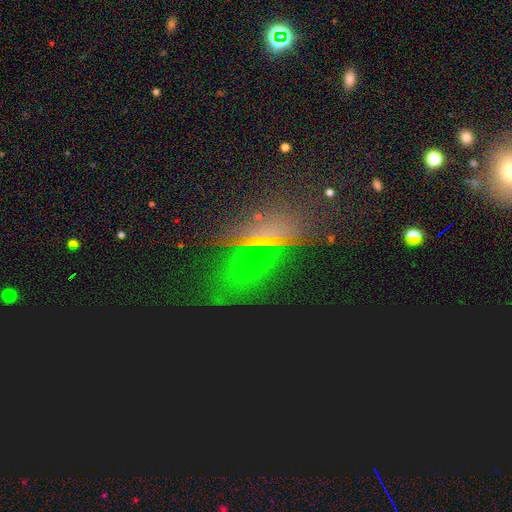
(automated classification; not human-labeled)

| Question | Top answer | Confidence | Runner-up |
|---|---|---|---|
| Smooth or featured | star or artifact | 48% | smooth (27%) |